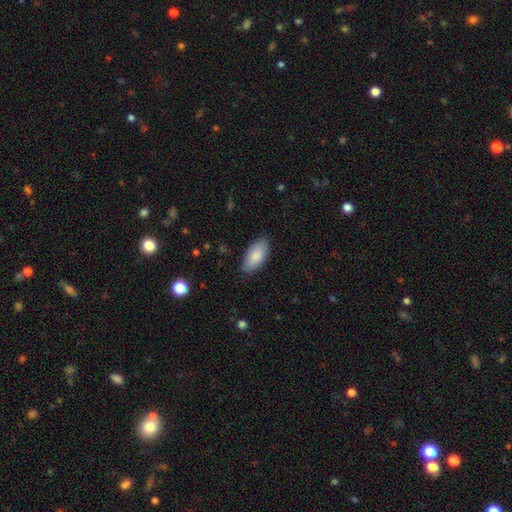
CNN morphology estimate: type=smooth (86%); roundness=in between (91%); merging=none (85%).